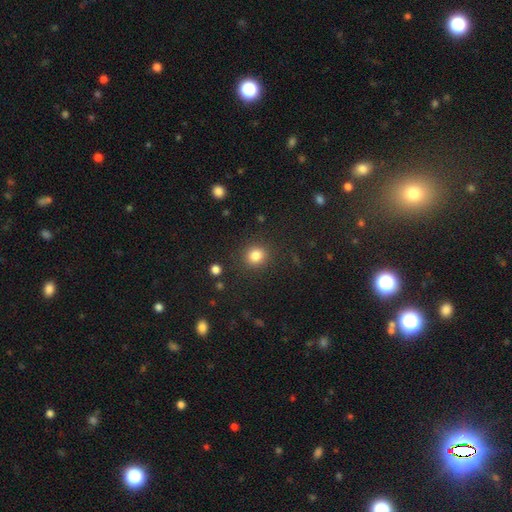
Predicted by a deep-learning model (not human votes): This is clearly a smooth galaxy (83%). How rounded: clearly round (83%). Merging: clearly none (88%).